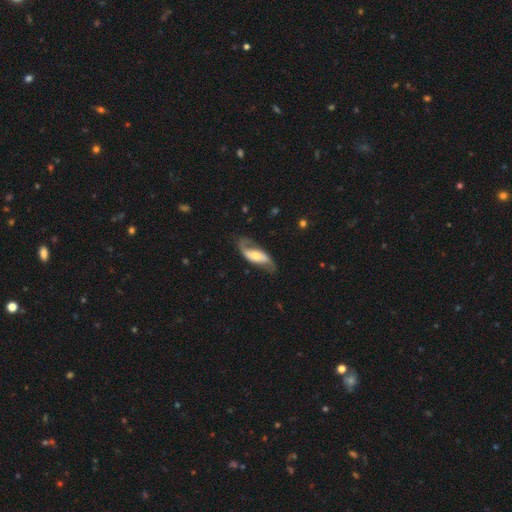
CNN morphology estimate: Smooth or featured?
  - featured or disk: 79% *
  - smooth: 16%
  - star or artifact: 5%
Edge-on disk?
  - no: 91% *
  - yes: 9%
Bar?
  - no: 45% *
  - weak: 32%
  - strong: 24%
Spiral arms?
  - yes: 92% *
  - no: 8%
Spiral winding?
  - loose: 65% *
  - medium: 27%
  - tight: 8%
Spiral arm count?
  - 2: 87% *
  - 1: 6%
  - can't tell: 4%
  - 3: 1%
  - 4: 1%
  - more than 4: 1%
Bulge size?
  - moderate: 54% *
  - small: 35%
  - large: 8%
  - none: 2%
  - dominant: 2%
Merging?
  - none: 67% *
  - minor disturbance: 19%
  - major disturbance: 12%
  - merger: 2%